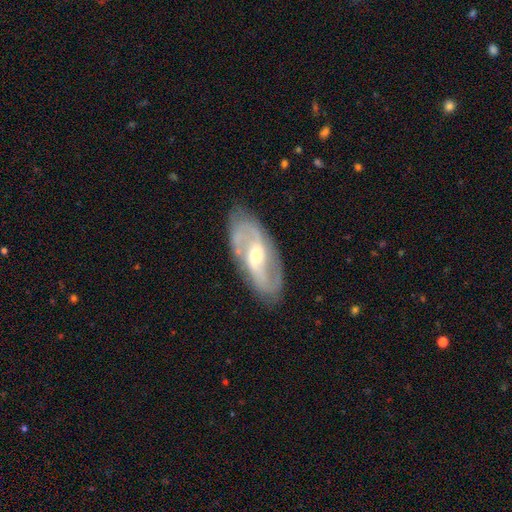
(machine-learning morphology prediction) The model was most divided on "bulge size": moderate: 52%, small: 42%, large: 4%, none: 1%, dominant: 1%. Remaining: spiral arms — yes (94%); edge-on disk — no (93%); smooth or featured — featured or disk (84%); spiral arm count — 2 (83%); merging — none (81%); spiral winding — medium (49%); bar — weak (47%).